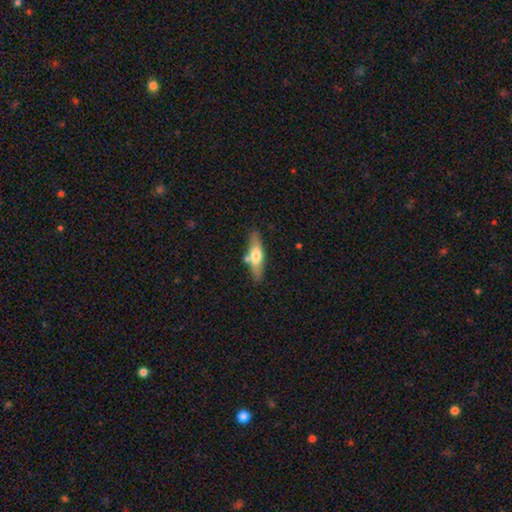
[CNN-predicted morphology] This appears to be a smooth galaxy with no disk features (54%) that is cigar-shaped (60%). Merging: none (75%).